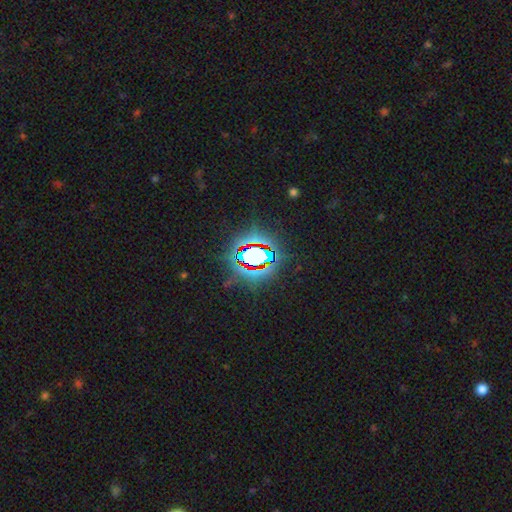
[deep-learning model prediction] Smooth or featured?
  - star or artifact: 82% *
  - smooth: 11%
  - featured or disk: 7%